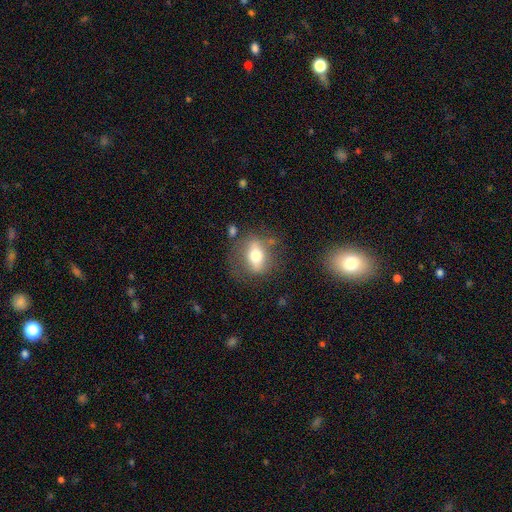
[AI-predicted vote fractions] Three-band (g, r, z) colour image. It shows a smooth galaxy with no disk features (52%) that is in between round and cigar-shaped (68%). Merging: none (66%).